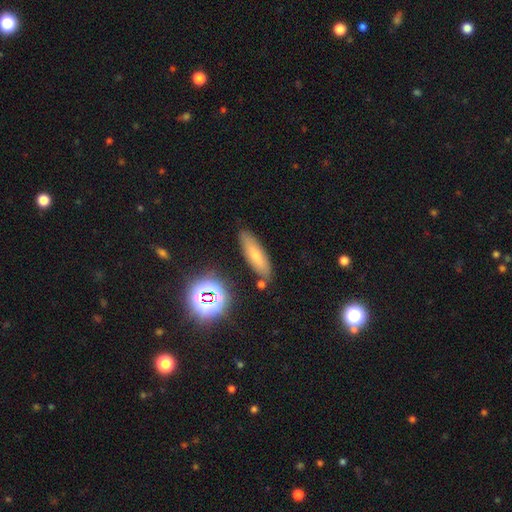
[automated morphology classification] Overall: smooth (66%). How rounded: cigar-shaped (55%; in between 42%). Merging: none (82%).